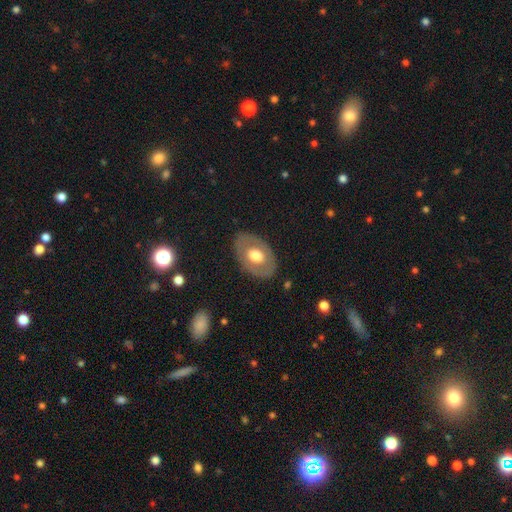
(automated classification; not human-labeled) A smooth galaxy with no disk features (52%) that is in between round and cigar-shaped (83%).

Vote fractions:
- Smooth or featured? smooth: 52% / featured or disk: 42% / star or artifact: 6%
- How rounded? in between: 83% / round: 16% / cigar-shaped: 1%
- Merging? none: 83% / minor disturbance: 12% / major disturbance: 4% / merger: 1%